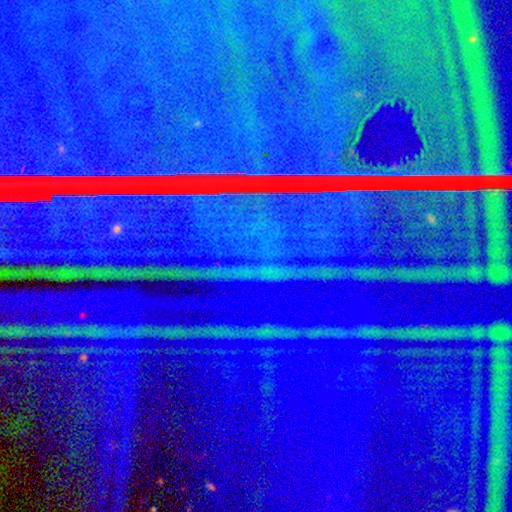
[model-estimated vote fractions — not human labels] Smooth or featured?
  - star or artifact: 88% *
  - featured or disk: 6%
  - smooth: 5%